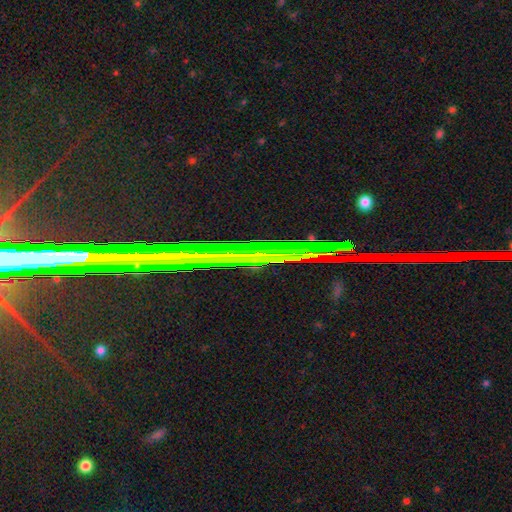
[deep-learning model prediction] smooth-or-featured: star or artifact: 72% | featured or disk: 18% | smooth: 10%